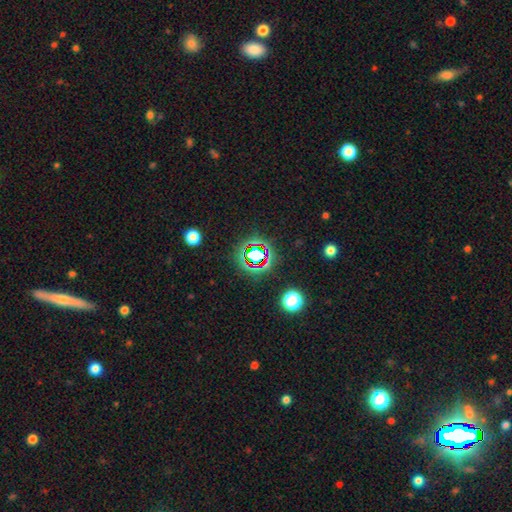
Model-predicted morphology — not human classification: star or artifact 70%, smooth 19%, featured or disk 11%.